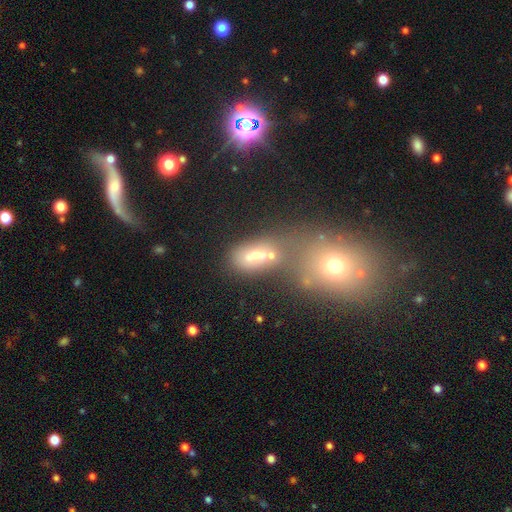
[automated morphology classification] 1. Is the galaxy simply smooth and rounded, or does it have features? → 58% smooth, 21% featured or disk, 20% star or artifact.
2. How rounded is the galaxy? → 74% in between, 20% round, 6% cigar-shaped.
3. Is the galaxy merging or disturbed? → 42% merger, 39% none, 12% minor disturbance, 8% major disturbance.